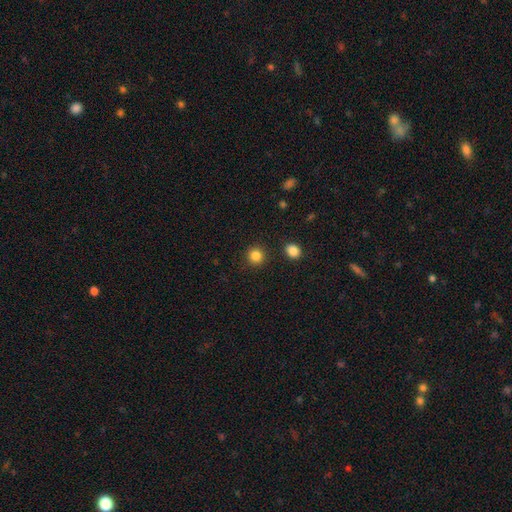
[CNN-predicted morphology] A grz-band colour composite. It shows a smooth galaxy with no disk features (85%) that is round (93%). Merging: none (91%).